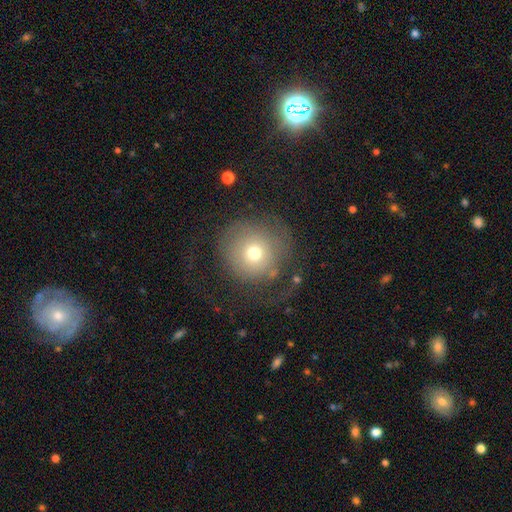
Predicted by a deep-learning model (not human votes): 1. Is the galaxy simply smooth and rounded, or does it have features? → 40% smooth, 39% featured or disk, 21% star or artifact.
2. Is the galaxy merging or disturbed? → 79% none, 11% minor disturbance, 8% major disturbance, 2% merger.